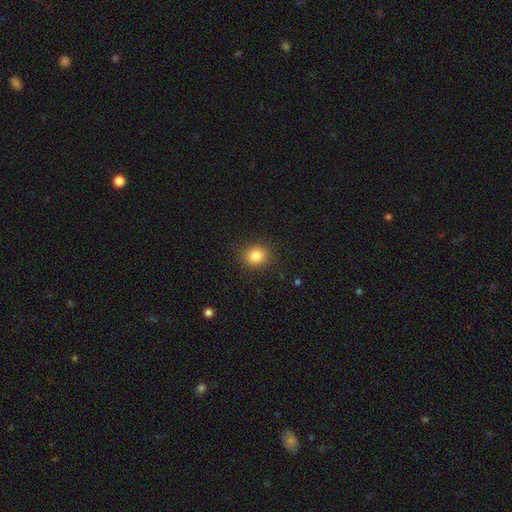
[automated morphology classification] Q: Smooth or featured?
A: smooth (83%); runner-up: star or artifact (11%)
Q: How rounded?
A: round (73%); runner-up: in between (26%)
Q: Merging?
A: none (88%); runner-up: minor disturbance (8%)